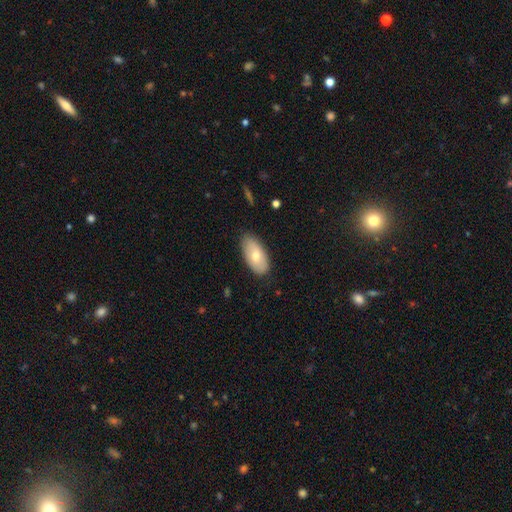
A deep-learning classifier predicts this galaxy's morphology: A smooth galaxy with no disk features (70%) that is in between round and cigar-shaped (94%).

Vote fractions:
- Smooth or featured? smooth: 70% / featured or disk: 24% / star or artifact: 6%
- How rounded? in between: 94% / cigar-shaped: 3% / round: 3%
- Merging? none: 82% / minor disturbance: 14% / major disturbance: 3% / merger: 1%